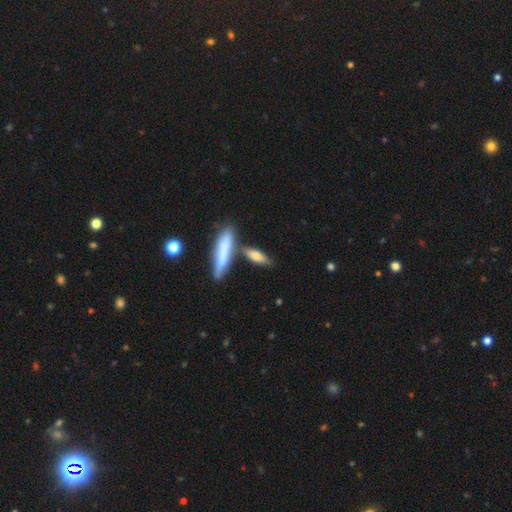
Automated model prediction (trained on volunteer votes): A smooth galaxy with no disk features (69%) that is cigar-shaped (57%). Merging: none (61%).